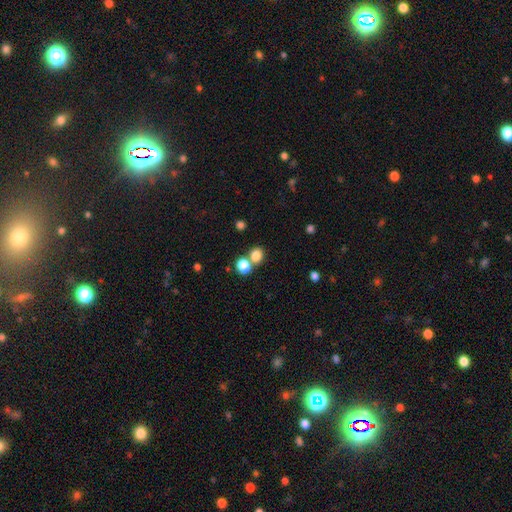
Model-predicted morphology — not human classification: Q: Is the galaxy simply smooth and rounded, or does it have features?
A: smooth — 81%.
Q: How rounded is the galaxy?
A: round — 68%.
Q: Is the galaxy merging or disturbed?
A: none — 56%.